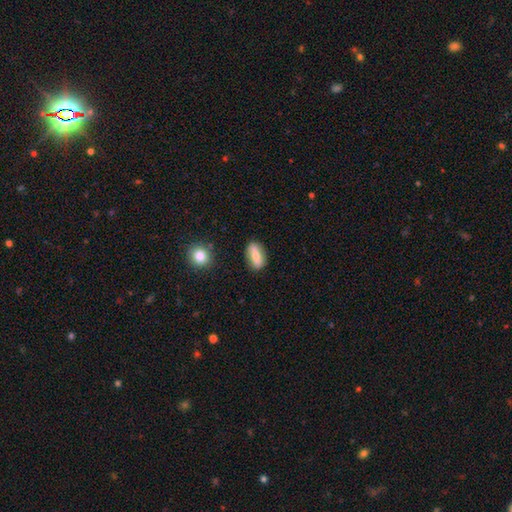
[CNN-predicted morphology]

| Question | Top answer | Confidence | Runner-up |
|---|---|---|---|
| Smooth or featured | smooth | 62% | featured or disk (31%) |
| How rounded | in between | 75% | cigar-shaped (19%) |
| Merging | none | 84% | minor disturbance (11%) |